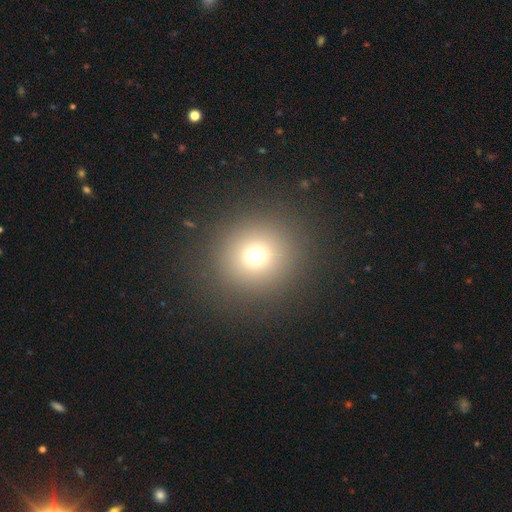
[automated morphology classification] smooth 71%, star or artifact 19%, featured or disk 10%. Down the decision tree: how rounded — round (91%); merging — none (90%).